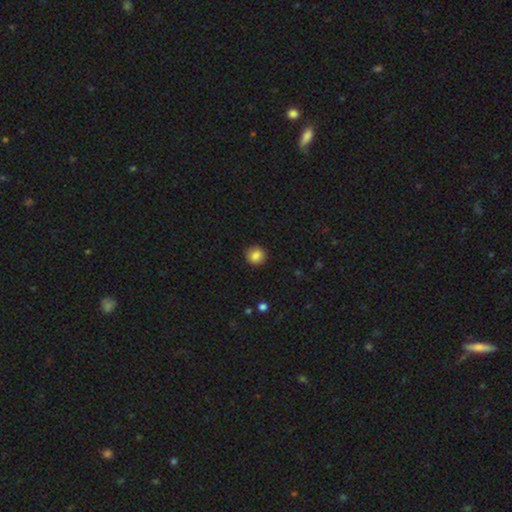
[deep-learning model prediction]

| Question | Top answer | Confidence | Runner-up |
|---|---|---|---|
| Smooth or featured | smooth | 85% | star or artifact (9%) |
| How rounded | round | 89% | in between (10%) |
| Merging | none | 91% | minor disturbance (6%) |